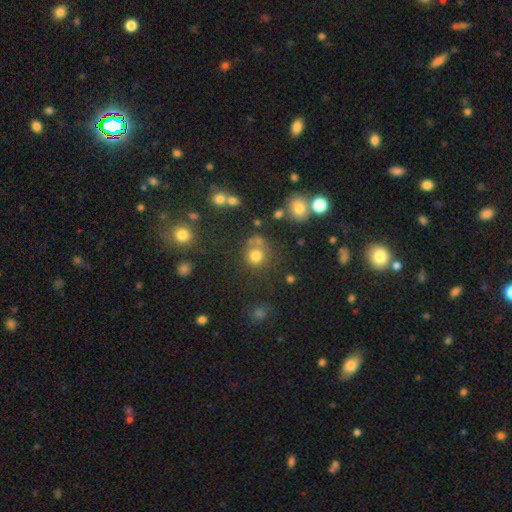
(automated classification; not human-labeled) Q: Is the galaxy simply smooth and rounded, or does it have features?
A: smooth — 73%.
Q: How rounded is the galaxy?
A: round — 87%.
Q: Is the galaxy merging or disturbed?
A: none — 61%.